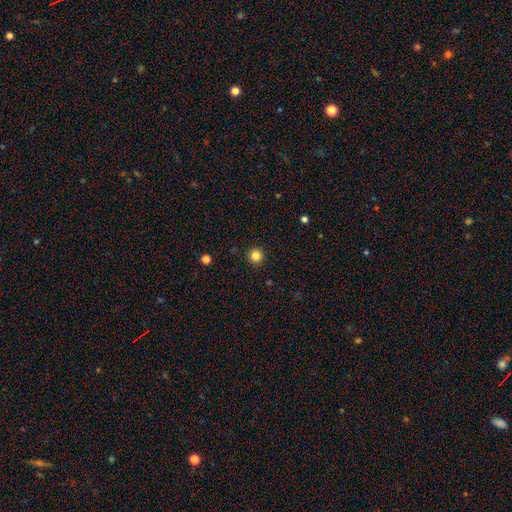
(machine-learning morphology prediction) Smooth or featured?
  - smooth: 83% *
  - star or artifact: 12%
  - featured or disk: 4%
How rounded?
  - round: 96% *
  - in between: 3%
  - cigar-shaped: 1%
Merging?
  - none: 93% *
  - minor disturbance: 4%
  - major disturbance: 1%
  - merger: 1%